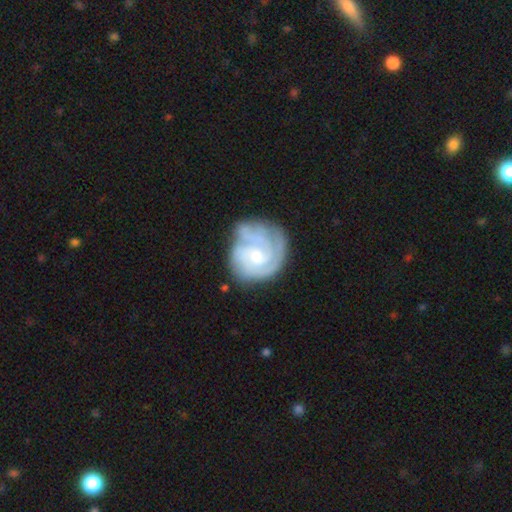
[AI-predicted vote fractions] A featured or disk galaxy (81%) with no bar (67%), can't tell (29%, tied with 3) tight (68%) spiral arms (94%) and a small central bulge (50%).

Vote fractions:
- Smooth or featured? featured or disk: 81% / smooth: 14% / star or artifact: 5%
- Edge-on disk? no: 98% / yes: 2%
- Bar? no: 67% / weak: 29% / strong: 4%
- Spiral arms? yes: 94% / no: 6%
- Spiral winding? tight: 68% / medium: 25% / loose: 6%
- Spiral arm count? can't tell: 29% (tied) / 3: 29% (tied) / 2: 23% / 4: 8% / 1: 7% / more than 4: 5%
- Bulge size? small: 50% / moderate: 42% / none: 4% / large: 3% / dominant: 1%
- Merging? none: 57% / minor disturbance: 25% / major disturbance: 13% / merger: 5%